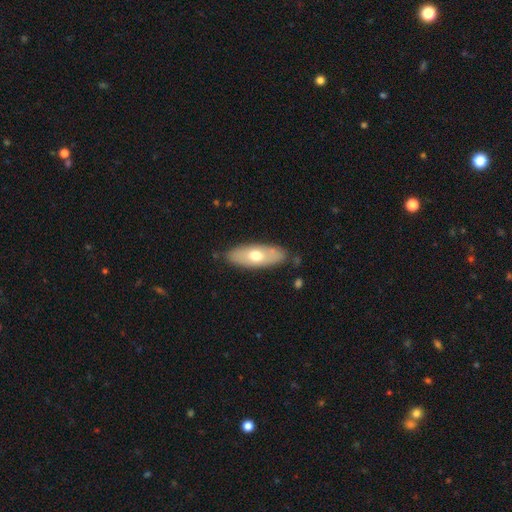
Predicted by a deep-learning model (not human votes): Smooth or featured? Predicted: smooth (p=0.59). How rounded? Predicted: in between (p=0.72). Merging? Predicted: none (p=0.81).